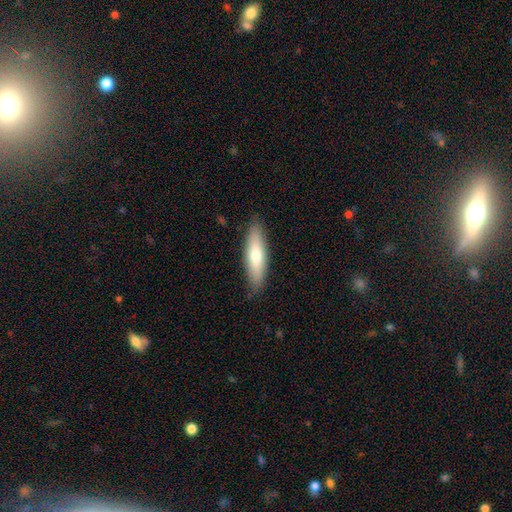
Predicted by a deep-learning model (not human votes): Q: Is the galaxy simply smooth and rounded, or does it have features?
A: smooth — 68%.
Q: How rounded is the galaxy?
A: cigar-shaped — 65%.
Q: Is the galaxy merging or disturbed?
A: none — 86%.